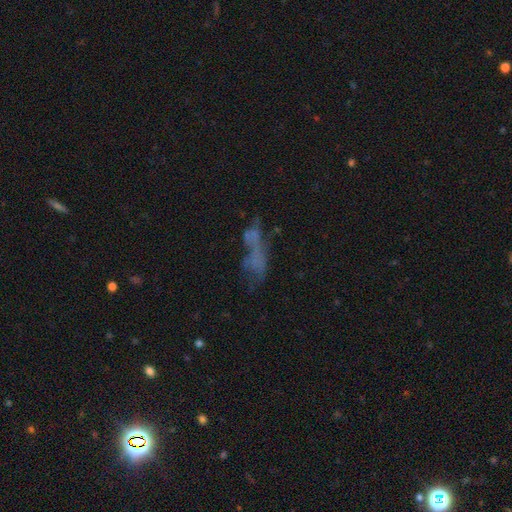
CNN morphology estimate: Overall: featured or disk (40%; smooth 37%). Merging: none (38%; major disturbance 28%).